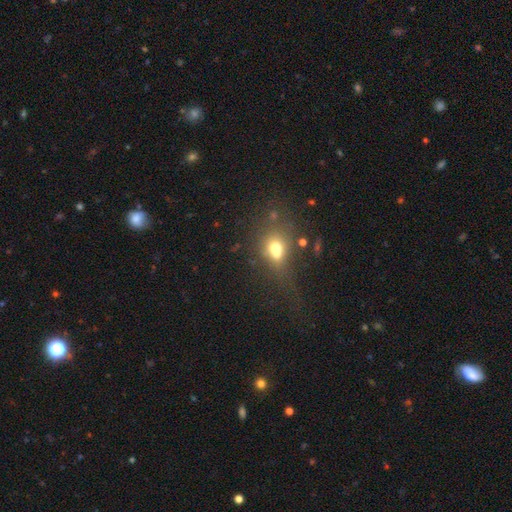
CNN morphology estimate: A smooth galaxy with no disk features (48%).

Vote fractions:
- Smooth or featured? smooth: 48% / star or artifact: 35% / featured or disk: 16%
- Merging? none: 57% / minor disturbance: 21% / major disturbance: 14% / merger: 7%